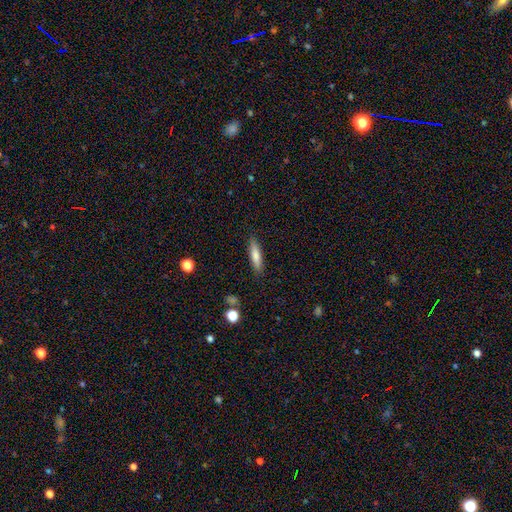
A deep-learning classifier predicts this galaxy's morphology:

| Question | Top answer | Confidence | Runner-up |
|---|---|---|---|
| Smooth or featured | smooth | 73% | featured or disk (20%) |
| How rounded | cigar-shaped | 79% | in between (19%) |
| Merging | none | 88% | minor disturbance (8%) |